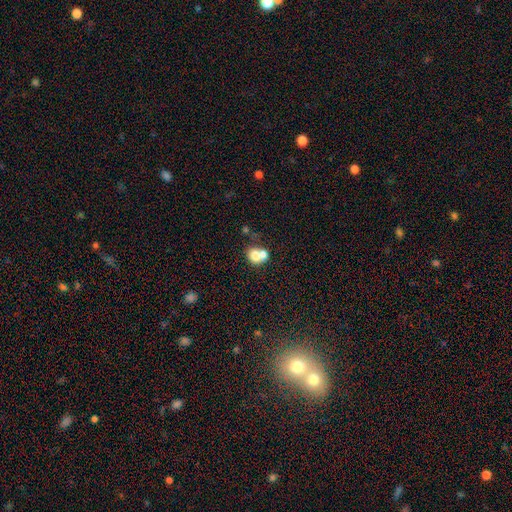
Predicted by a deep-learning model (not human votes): Morphology: type=smooth (73%); roundness=round (70%); merging=merger (56%).